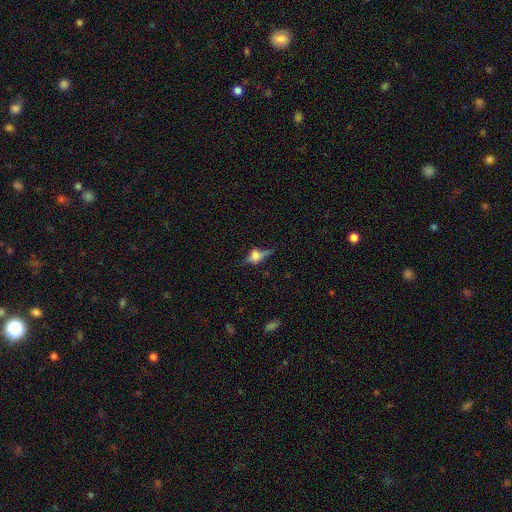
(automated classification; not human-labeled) Smooth or featured?
  - featured or disk: 52% *
  - smooth: 35%
  - star or artifact: 13%
Edge-on disk?
  - yes: 87% *
  - no: 13%
Merging?
  - none: 58% *
  - minor disturbance: 23%
  - major disturbance: 14%
  - merger: 5%